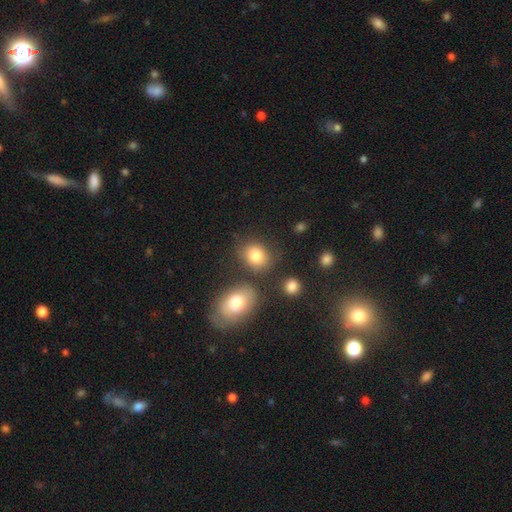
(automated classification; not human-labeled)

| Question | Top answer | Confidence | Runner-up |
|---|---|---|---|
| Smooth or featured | smooth | 81% | star or artifact (10%) |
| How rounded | round | 53% | in between (45%) |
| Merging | none | 69% | minor disturbance (14%) |